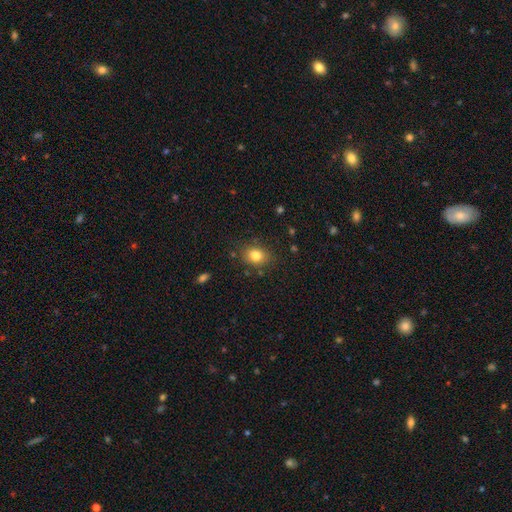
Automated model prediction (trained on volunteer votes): The model was most divided on "how rounded": in between: 59%, round: 40%, cigar-shaped: 1%. More confident: merging — none (82%); smooth or featured — smooth (80%).